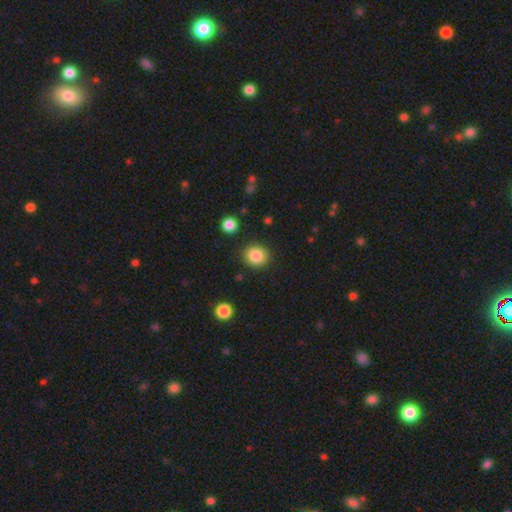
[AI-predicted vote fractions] A smooth galaxy with no disk features (86%) that is round (85%). Merging: none (88%).